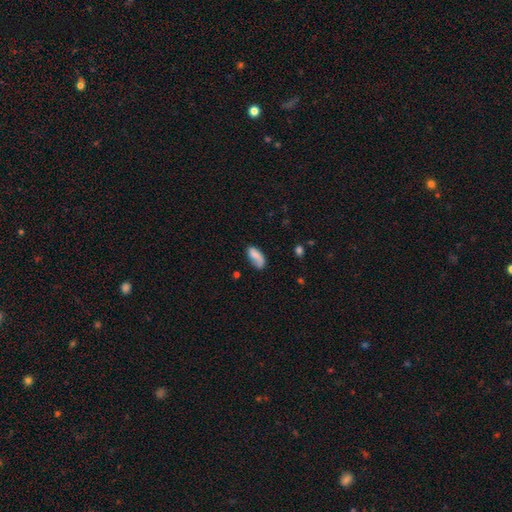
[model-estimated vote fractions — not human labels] A smooth galaxy with no disk features (75%) that is in between round and cigar-shaped (87%).

Vote fractions:
- Smooth or featured? smooth: 75% / featured or disk: 17% / star or artifact: 8%
- How rounded? in between: 87% / cigar-shaped: 10% / round: 3%
- Merging? none: 53% / minor disturbance: 28% / major disturbance: 14% / merger: 5%